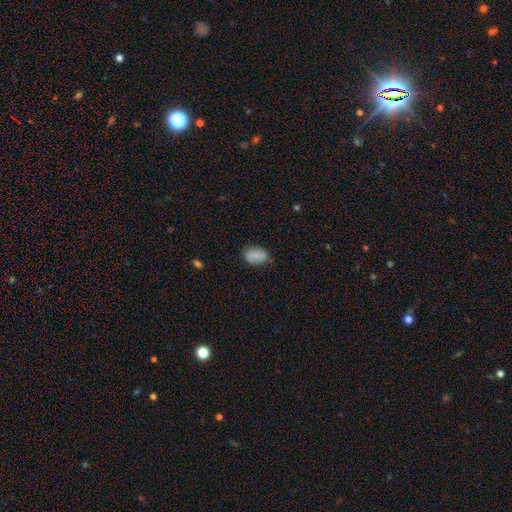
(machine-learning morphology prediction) Smooth or featured?
  - smooth: 84% *
  - featured or disk: 9%
  - star or artifact: 8%
How rounded?
  - in between: 86% *
  - round: 12%
  - cigar-shaped: 1%
Merging?
  - none: 76% *
  - minor disturbance: 19%
  - major disturbance: 3%
  - merger: 2%